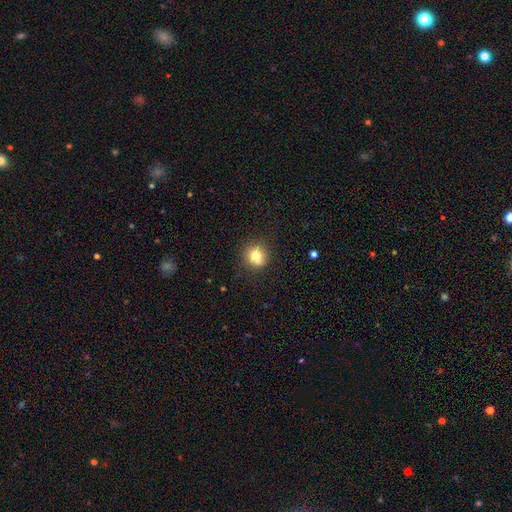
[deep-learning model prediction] smooth 75%, featured or disk 14%, star or artifact 11%. Down the decision tree: how rounded — round (85%); merging — none (67%).